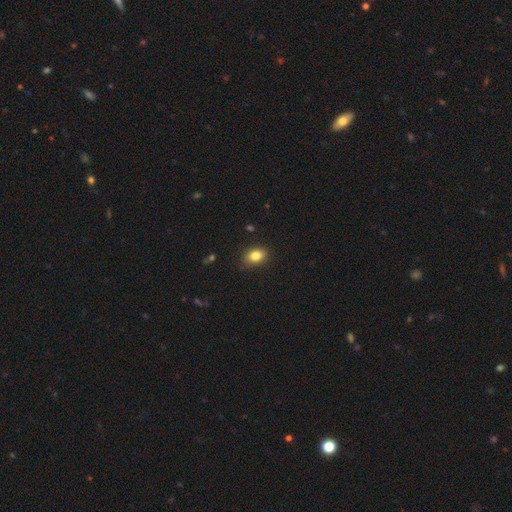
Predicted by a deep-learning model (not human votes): A smooth galaxy with no disk features (83%) that is in between round and cigar-shaped (74%). Merging: none (85%).